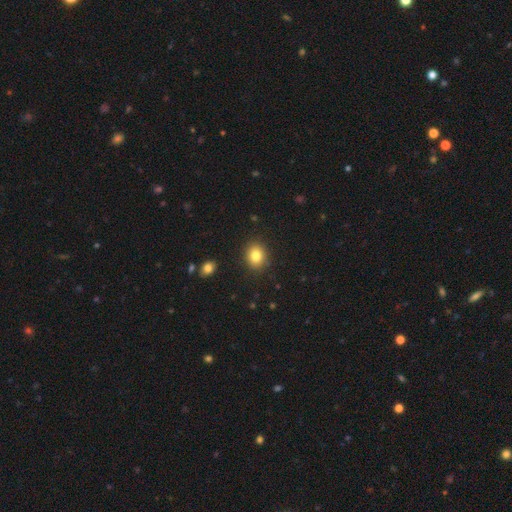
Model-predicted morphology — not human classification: type=smooth (82%); roundness=round (62%); merging=none (88%).